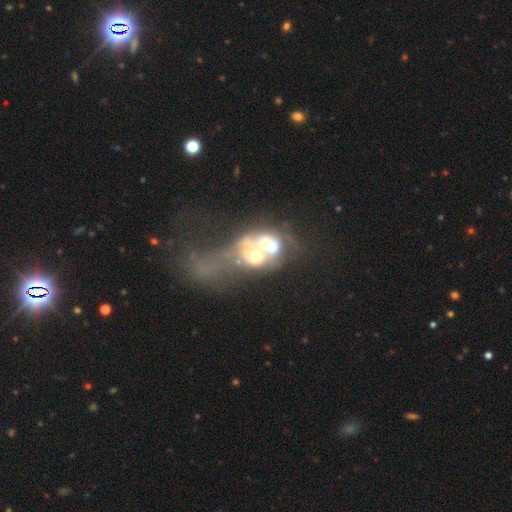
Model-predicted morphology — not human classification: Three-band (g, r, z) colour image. It shows a featured or disk galaxy (51%). Merging: merger (60%).